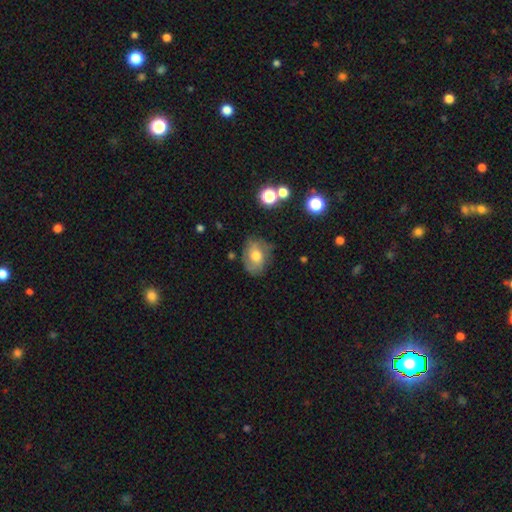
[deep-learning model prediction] This is likely a smooth galaxy (61%). How rounded: likely in between (64%). Merging: likely none (64%).